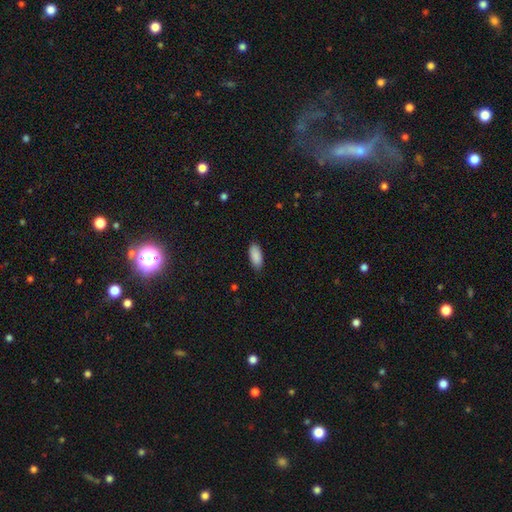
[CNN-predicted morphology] Smooth or featured?
  - smooth: 90% *
  - star or artifact: 6%
  - featured or disk: 4%
How rounded?
  - in between: 89% *
  - cigar-shaped: 10%
  - round: 2%
Merging?
  - none: 85% *
  - minor disturbance: 12%
  - major disturbance: 2%
  - merger: 1%